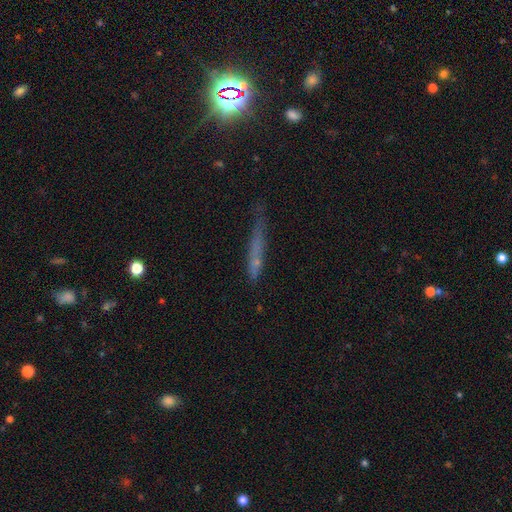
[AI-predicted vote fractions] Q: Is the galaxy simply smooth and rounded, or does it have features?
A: smooth — 51%.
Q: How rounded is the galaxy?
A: cigar-shaped — 91%.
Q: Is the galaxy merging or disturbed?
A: none — 58%.